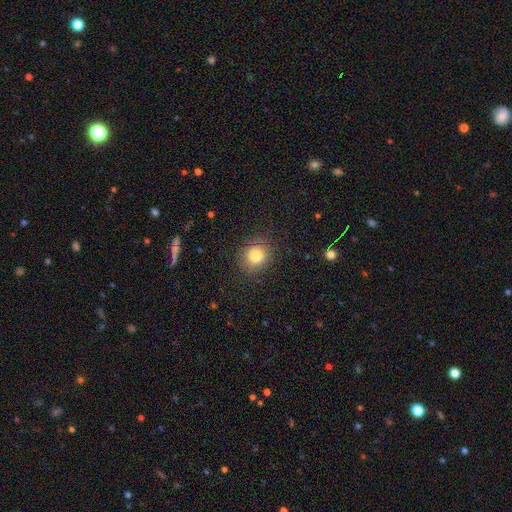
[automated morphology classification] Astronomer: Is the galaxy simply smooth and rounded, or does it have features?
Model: smooth — 81%.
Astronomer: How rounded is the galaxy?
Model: round — 78%.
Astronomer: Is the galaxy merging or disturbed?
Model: none — 84%.